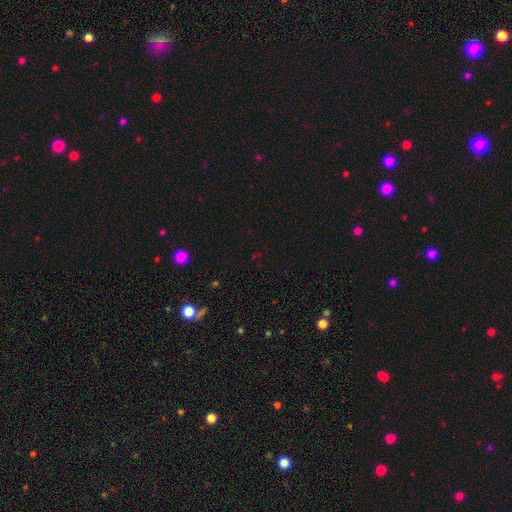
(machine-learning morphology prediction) A star or artifact, not a galaxy (65%).